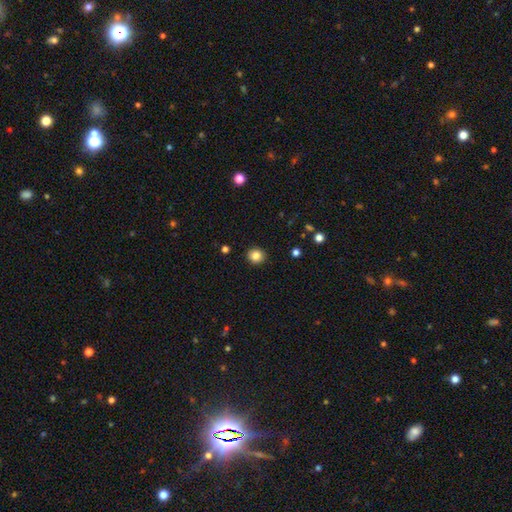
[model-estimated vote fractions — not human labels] Smooth or featured?
  - smooth: 85% *
  - star or artifact: 10%
  - featured or disk: 5%
How rounded?
  - round: 86% *
  - in between: 13%
  - cigar-shaped: 1%
Merging?
  - none: 92% *
  - minor disturbance: 5%
  - major disturbance: 2%
  - merger: 1%